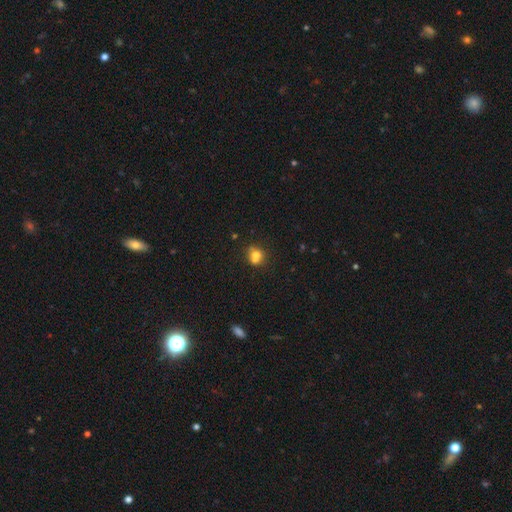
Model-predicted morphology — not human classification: smooth_or_featured: smooth (p=0.68) [alt: featured or disk p=0.19]
how_rounded: round (p=0.74) [alt: in between p=0.25]
merging: merger (p=0.46) [alt: none p=0.40]